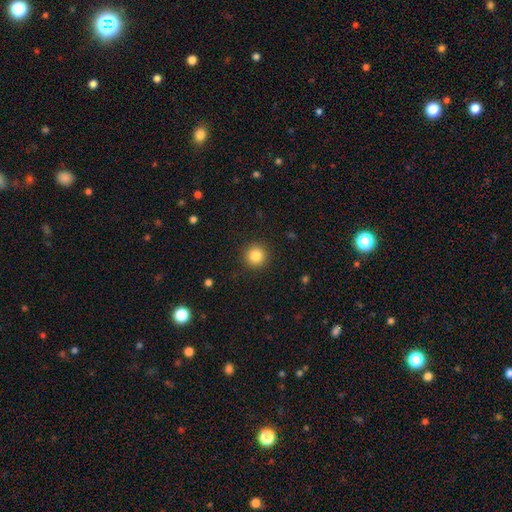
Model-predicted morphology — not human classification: Smooth or featured? smooth (84%)
How rounded? round (95%)
Merging? none (92%)